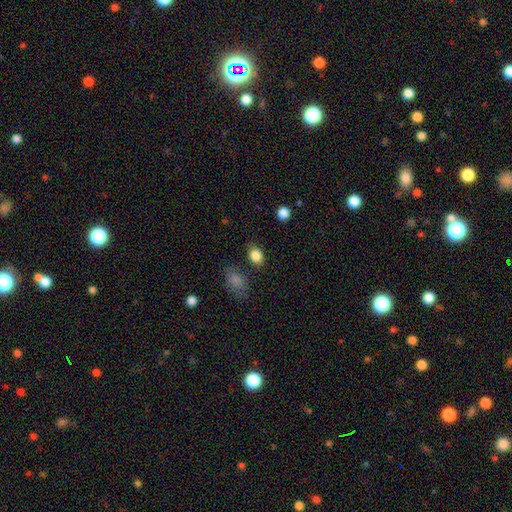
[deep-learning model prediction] Overall: smooth (85%). How rounded: in between (64%; round 34%). Merging: none (79%).